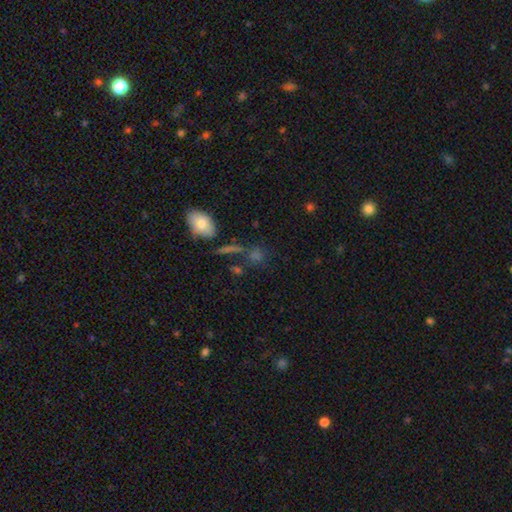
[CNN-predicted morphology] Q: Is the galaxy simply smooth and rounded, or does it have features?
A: smooth — 61%.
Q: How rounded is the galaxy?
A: round — 66%.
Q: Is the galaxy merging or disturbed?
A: none — 63%.